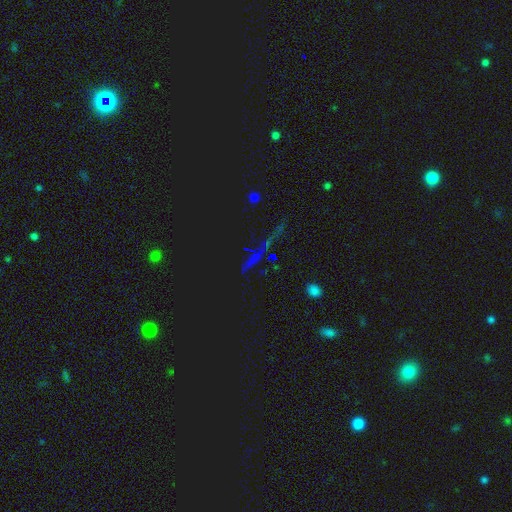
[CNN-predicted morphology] Smooth or featured? Predicted: star or artifact (p=0.75).